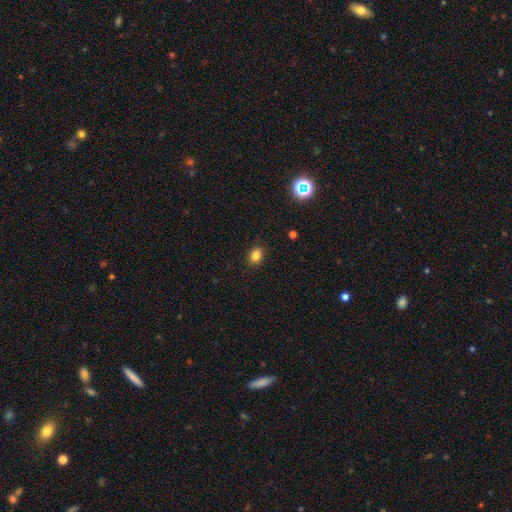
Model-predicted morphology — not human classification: smooth-or-featured: smooth: 83% | star or artifact: 12% | featured or disk: 5%
  how-rounded: in between: 62% | round: 37% | cigar-shaped: 1%
  merging: none: 87% | minor disturbance: 9% | major disturbance: 2% | merger: 1%